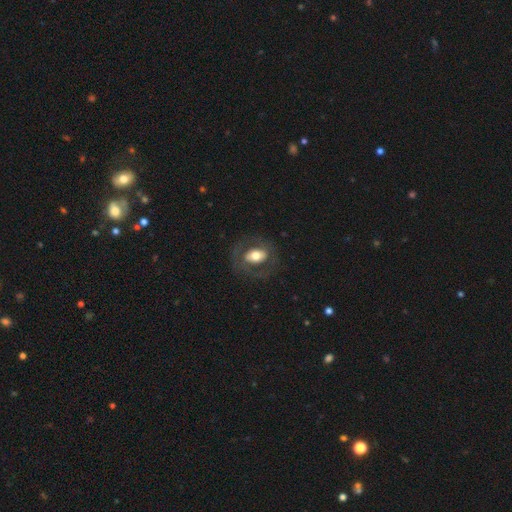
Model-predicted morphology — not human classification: smooth_or_featured: smooth (p=0.50) [alt: featured or disk p=0.43]
merging: none (p=0.75) [alt: minor disturbance p=0.13]